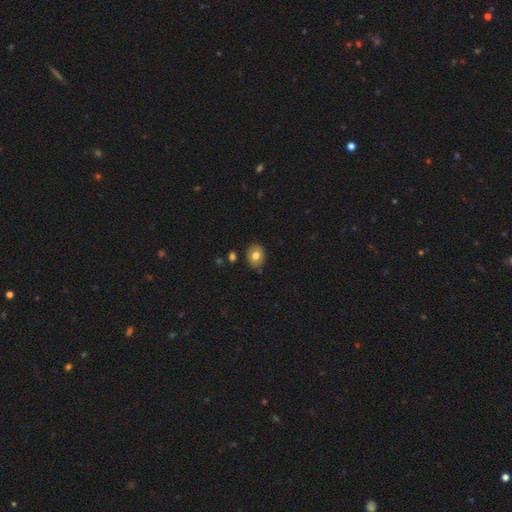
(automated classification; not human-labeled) Smooth or featured: smooth — 77% (featured or disk — 14%)
How rounded: in between — 57% (round — 42%)
Merging: none — 83% (minor disturbance — 12%)